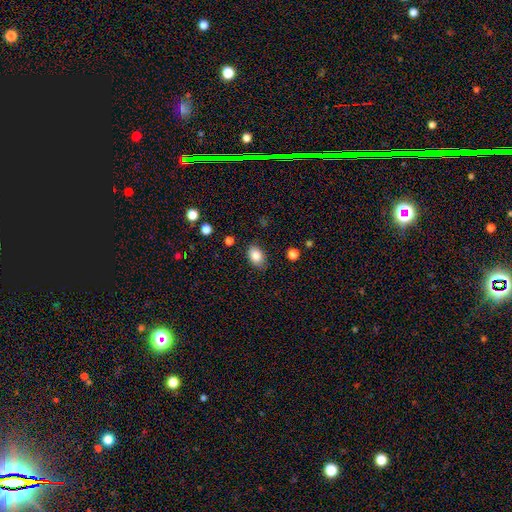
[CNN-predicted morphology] Overall: smooth (86%). How rounded: in between (82%). Merging: none (82%).